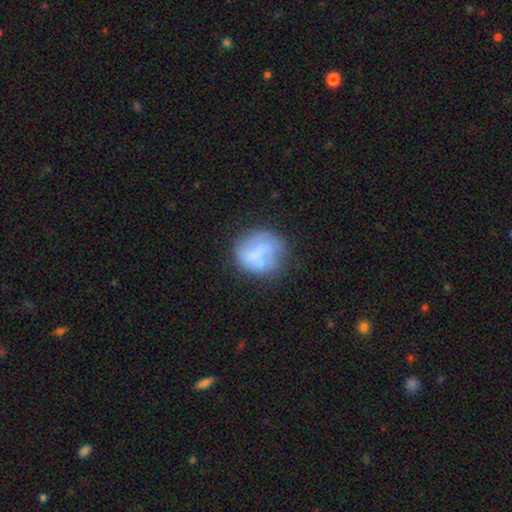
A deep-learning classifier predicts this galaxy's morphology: type=smooth (54%); roundness=round (80%); merging=none (55%).